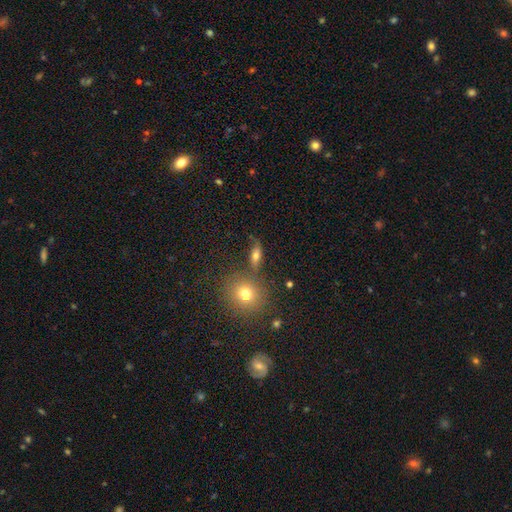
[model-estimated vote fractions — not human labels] smooth_or_featured: smooth (p=0.66) [alt: featured or disk p=0.20]
how_rounded: in between (p=0.61) [alt: cigar-shaped p=0.22]
merging: none (p=0.70) [alt: minor disturbance p=0.13]